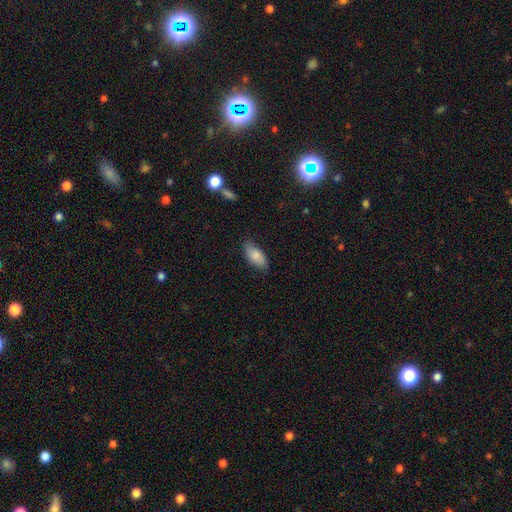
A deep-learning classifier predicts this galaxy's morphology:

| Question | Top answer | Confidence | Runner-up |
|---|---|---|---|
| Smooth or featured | smooth | 83% | featured or disk (11%) |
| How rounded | in between | 91% | cigar-shaped (7%) |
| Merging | none | 78% | minor disturbance (18%) |